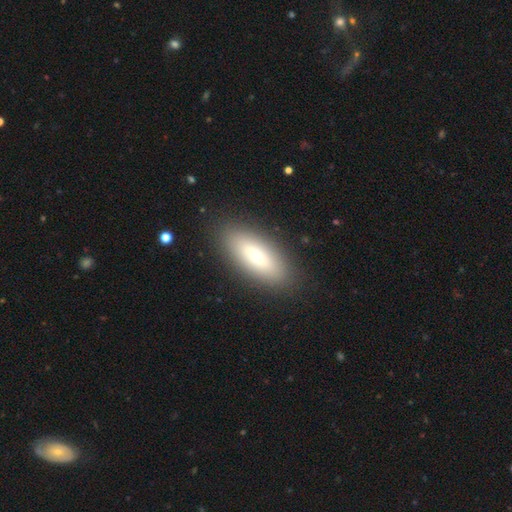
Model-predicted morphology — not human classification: Smooth or featured: smooth — 64% (featured or disk — 28%)
How rounded: in between — 72% (cigar-shaped — 26%)
Merging: none — 88% (minor disturbance — 8%)